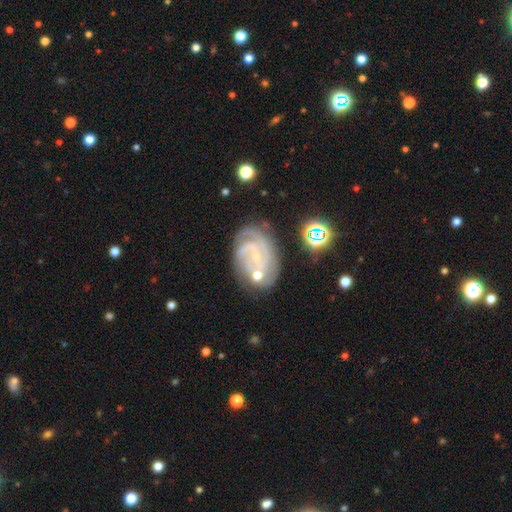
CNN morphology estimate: Smooth or featured? featured or disk (80%)
Edge-on disk? no (97%)
Bar? no (54%)
Spiral arms? yes (94%)
Spiral winding? tight (61%)
Spiral arm count? can't tell (28%)
Bulge size? small (72%)
Merging? none (62%)